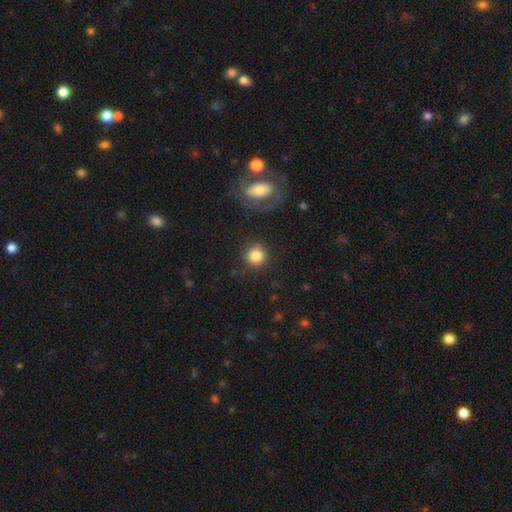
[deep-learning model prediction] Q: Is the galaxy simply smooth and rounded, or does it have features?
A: smooth — 84%.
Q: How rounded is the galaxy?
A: round — 92%.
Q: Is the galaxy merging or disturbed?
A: none — 86%.